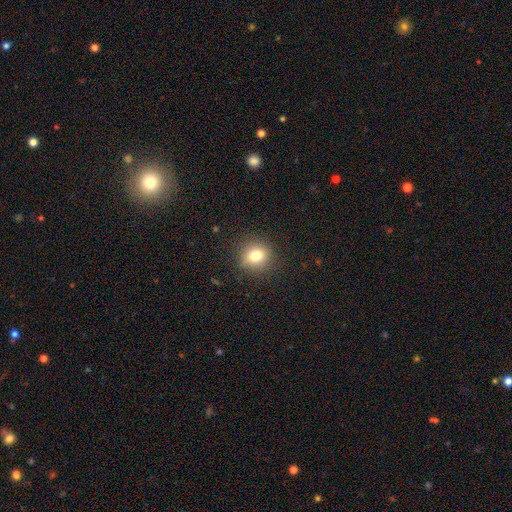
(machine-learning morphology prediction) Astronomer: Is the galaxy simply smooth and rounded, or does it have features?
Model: smooth — 78%.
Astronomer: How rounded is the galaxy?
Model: round — 79%.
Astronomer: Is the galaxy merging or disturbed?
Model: none — 86%.